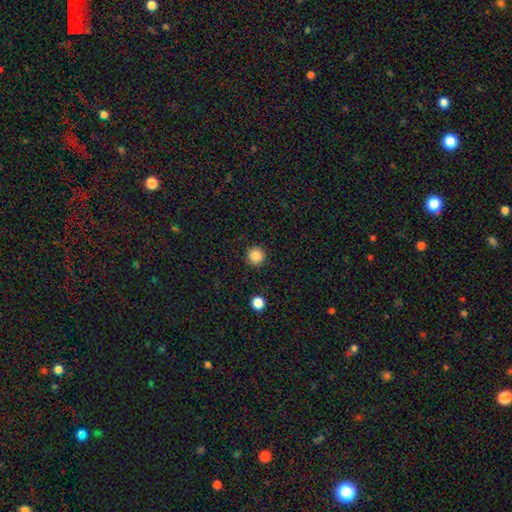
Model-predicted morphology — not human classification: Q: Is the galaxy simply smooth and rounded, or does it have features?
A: smooth — 86%.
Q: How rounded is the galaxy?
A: round — 96%.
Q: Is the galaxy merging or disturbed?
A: none — 91%.